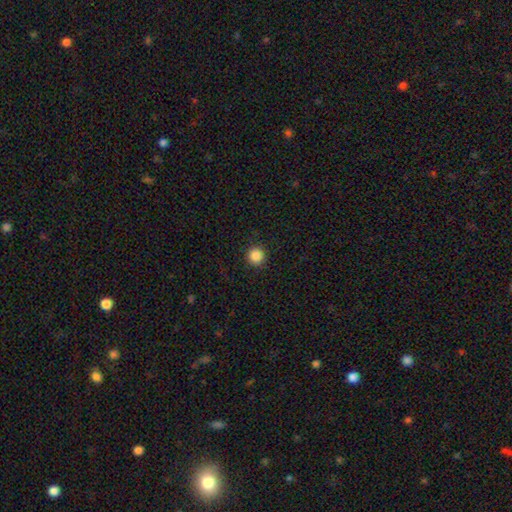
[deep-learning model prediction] This is clearly a smooth galaxy (87%). How rounded: clearly round (96%). Merging: clearly none (92%).